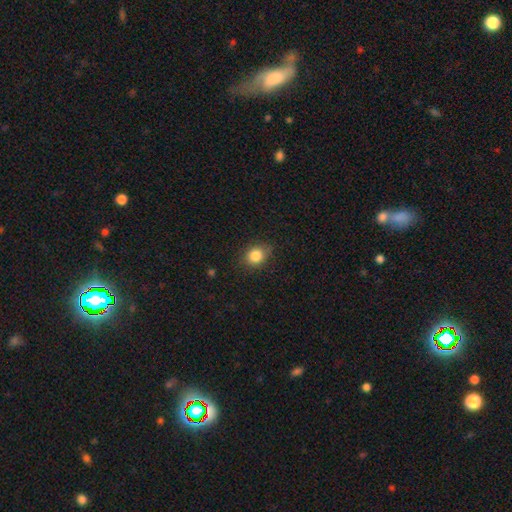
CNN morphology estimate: Overall: smooth (84%). How rounded: round (60%; in between 39%). Merging: none (80%).